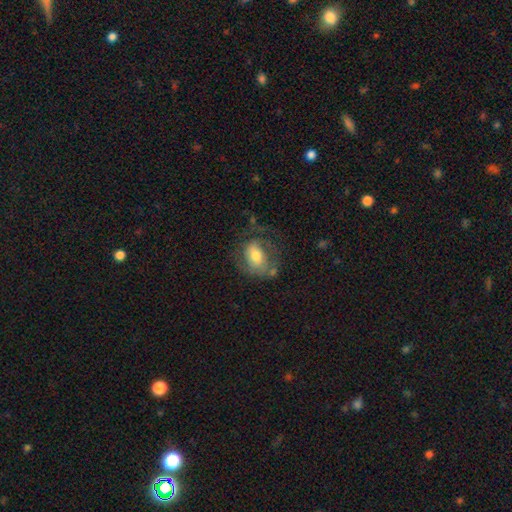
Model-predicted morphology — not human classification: smooth-or-featured: smooth: 54% | featured or disk: 38% | star or artifact: 8%
  how-rounded: in between: 73% | round: 25% | cigar-shaped: 2%
  merging: none: 42% | minor disturbance: 26% | major disturbance: 26% | merger: 5%